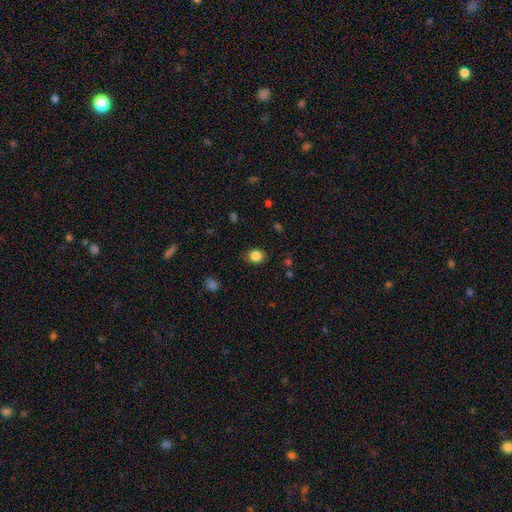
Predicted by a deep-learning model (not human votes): smooth_or_featured: smooth (p=0.84) [alt: star or artifact p=0.11]
how_rounded: round (p=0.75) [alt: in between p=0.24]
merging: none (p=0.82) [alt: minor disturbance p=0.13]